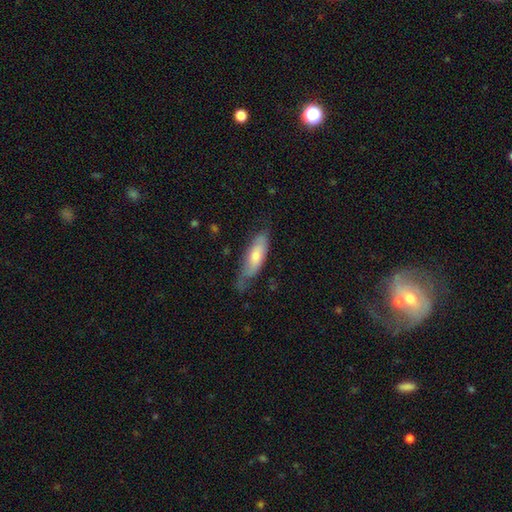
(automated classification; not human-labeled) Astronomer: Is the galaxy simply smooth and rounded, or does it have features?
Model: smooth — 61%.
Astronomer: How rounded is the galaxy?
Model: in between — 55% (runner-up: cigar-shaped, 43%).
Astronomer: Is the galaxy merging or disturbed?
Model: none — 55% (runner-up: minor disturbance, 33%).